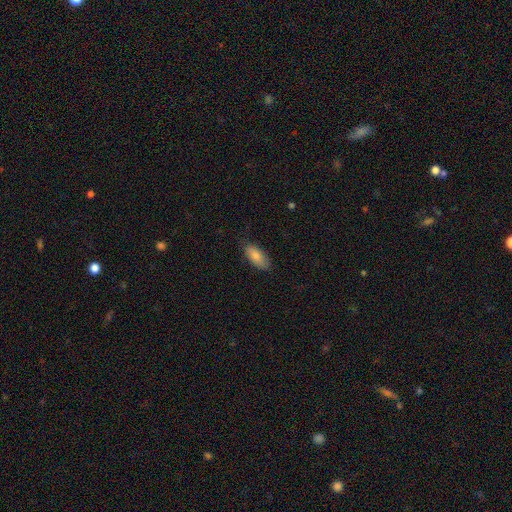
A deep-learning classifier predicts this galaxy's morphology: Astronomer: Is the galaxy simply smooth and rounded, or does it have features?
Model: smooth — 82%.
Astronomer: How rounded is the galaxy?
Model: in between — 87%.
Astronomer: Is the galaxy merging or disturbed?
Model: none — 77%.